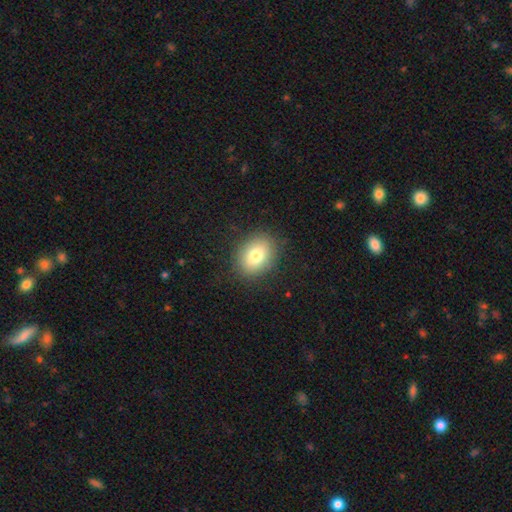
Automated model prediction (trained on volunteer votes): Morphology: type=smooth (78%); roundness=in between (60%); merging=none (85%).